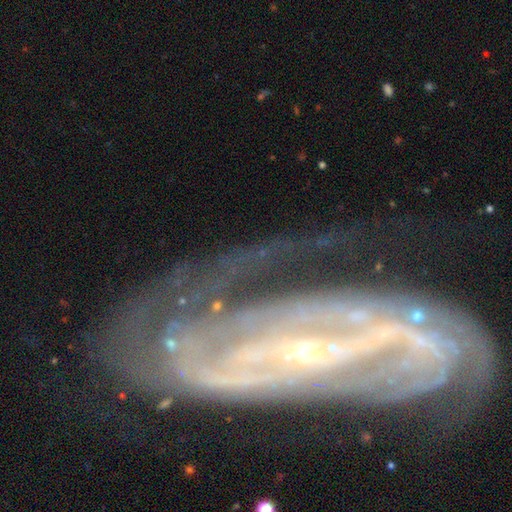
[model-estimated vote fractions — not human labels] featured or disk 89%, star or artifact 6%, smooth 5%. Down the decision tree: edge-on disk — no (91%); bar — strong (53%); spiral arms — yes (93%); spiral arm count — 2 (53%); spiral winding — tight (44%); bulge size — small (86%); merging — none (57%).